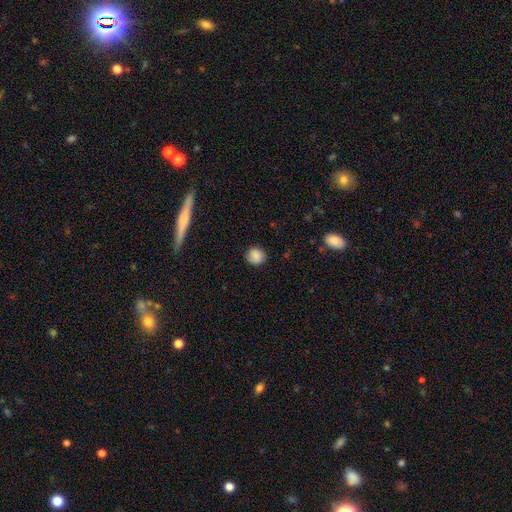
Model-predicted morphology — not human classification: type=smooth (86%); roundness=round (87%); merging=none (87%).